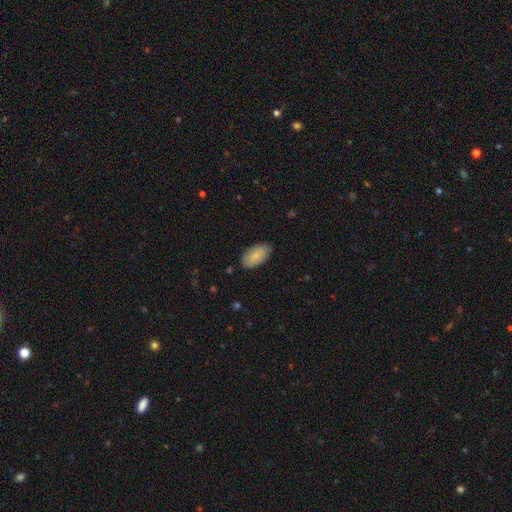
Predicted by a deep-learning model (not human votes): Q: Smooth or featured?
A: smooth (86%); runner-up: featured or disk (8%)
Q: How rounded?
A: in between (94%); runner-up: cigar-shaped (3%)
Q: Merging?
A: none (84%); runner-up: minor disturbance (12%)